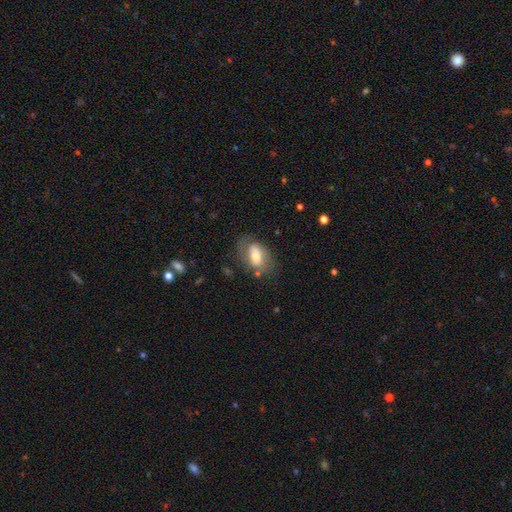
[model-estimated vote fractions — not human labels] This appears to be a smooth galaxy with no disk features (57%) that is in between round and cigar-shaped (88%). Merging: none (63%).